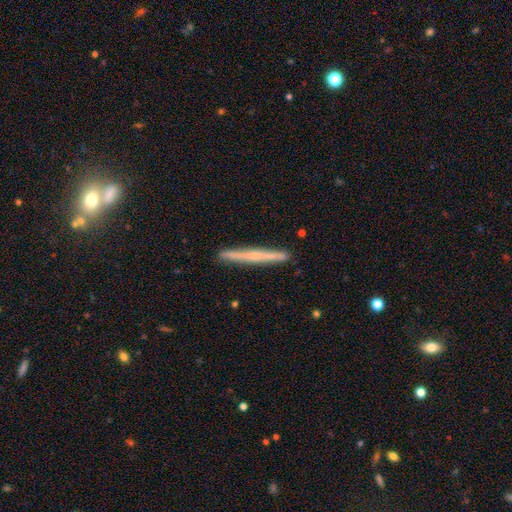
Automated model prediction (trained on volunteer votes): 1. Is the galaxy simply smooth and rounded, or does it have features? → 49% featured or disk, 45% smooth, 6% star or artifact.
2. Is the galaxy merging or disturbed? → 91% none, 6% minor disturbance, 1% merger, 1% major disturbance.